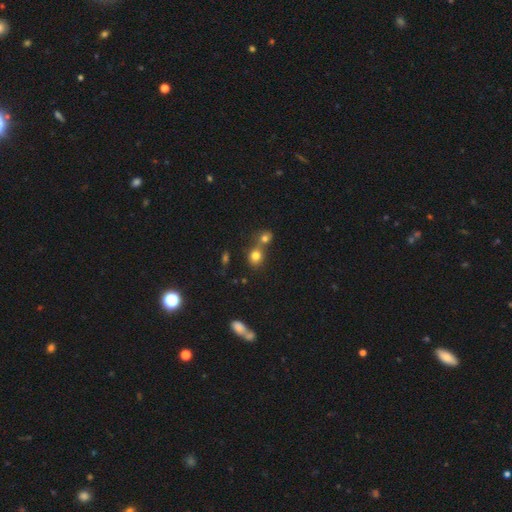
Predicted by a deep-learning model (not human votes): Overall: smooth (77%). How rounded: round (70%). Merging: merger (46%; none 43%).